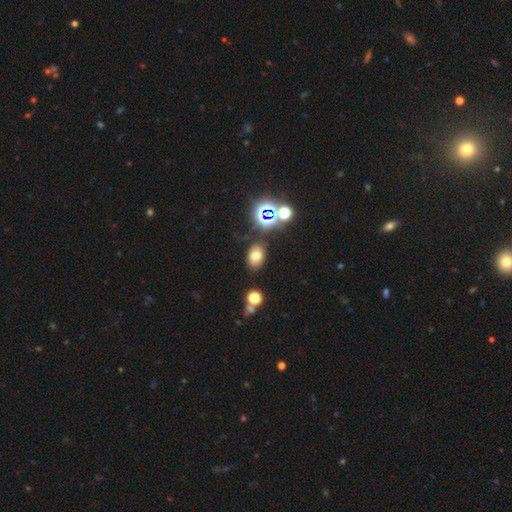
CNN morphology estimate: This is likely a smooth galaxy (68%). How rounded: likely in between (76%). Merging: likely none (80%).